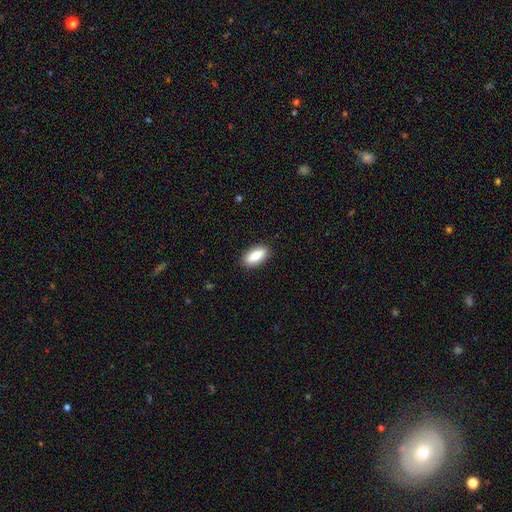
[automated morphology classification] Smooth or featured? Predicted: smooth (p=0.86). How rounded? Predicted: in between (p=0.83). Merging? Predicted: none (p=0.89).